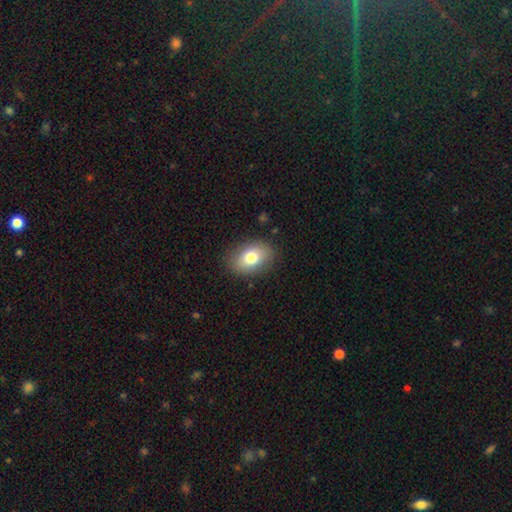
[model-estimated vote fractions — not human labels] Overall: smooth (74%). How rounded: in between (78%). Merging: none (89%).